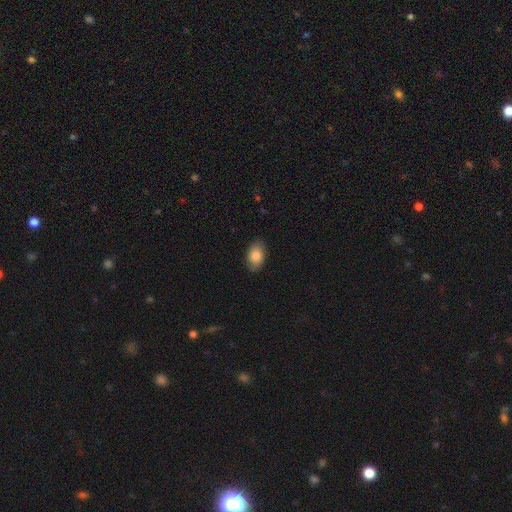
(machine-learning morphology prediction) A smooth galaxy with no disk features (84%) that is in between round and cigar-shaped (90%).

Vote fractions:
- Smooth or featured? smooth: 84% / featured or disk: 10% / star or artifact: 7%
- How rounded? in between: 90% / round: 8% / cigar-shaped: 2%
- Merging? none: 84% / minor disturbance: 12% / major disturbance: 3% / merger: 1%